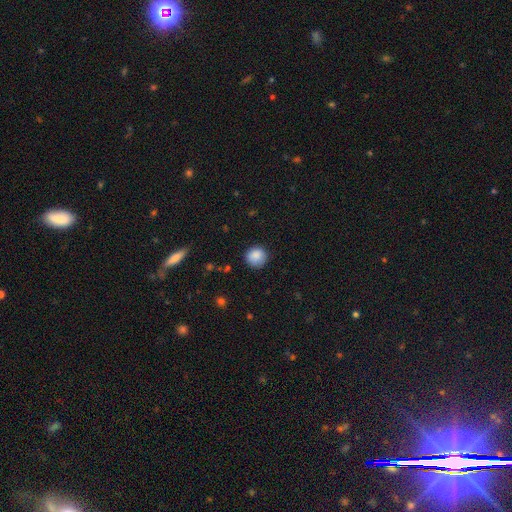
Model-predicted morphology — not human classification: Q: Smooth or featured?
A: smooth (87%); runner-up: star or artifact (9%)
Q: How rounded?
A: round (93%); runner-up: in between (6%)
Q: Merging?
A: none (85%); runner-up: minor disturbance (11%)